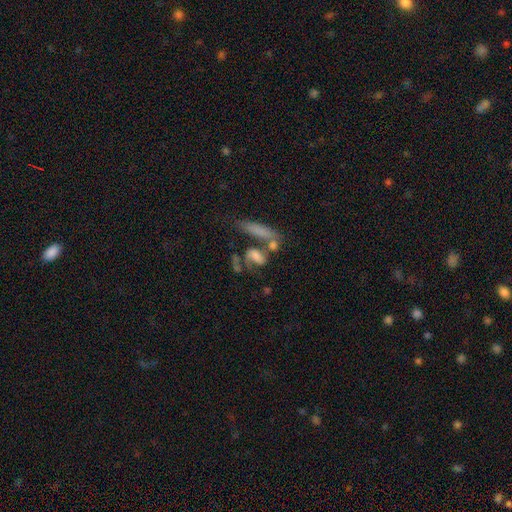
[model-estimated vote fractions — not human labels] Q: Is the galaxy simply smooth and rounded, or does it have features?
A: smooth — 48%.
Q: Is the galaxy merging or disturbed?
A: none — 35%, tied with merger.